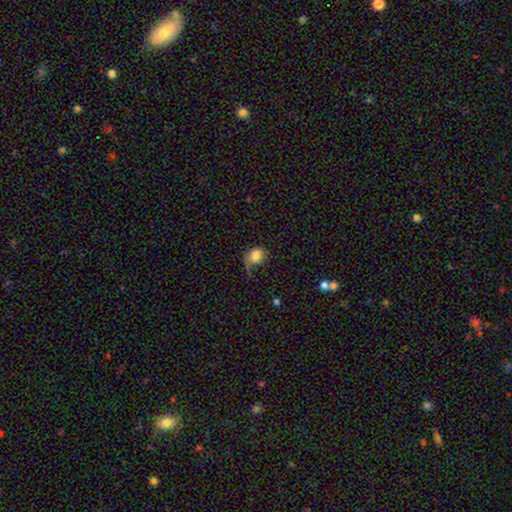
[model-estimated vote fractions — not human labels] Smooth or featured?
  - smooth: 74% *
  - featured or disk: 17%
  - star or artifact: 9%
How rounded?
  - round: 58% *
  - in between: 41%
  - cigar-shaped: 1%
Merging?
  - none: 37% *
  - major disturbance: 32%
  - minor disturbance: 26%
  - merger: 5%